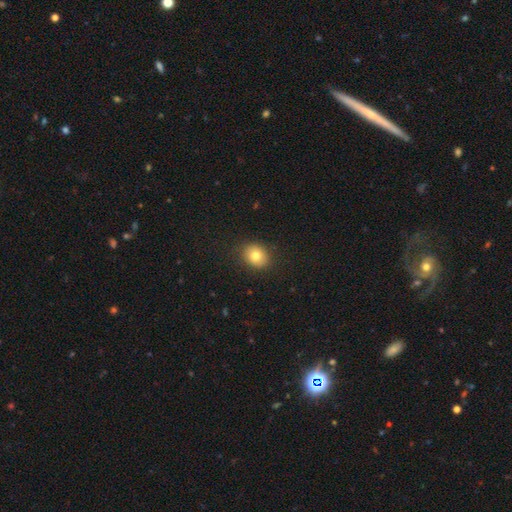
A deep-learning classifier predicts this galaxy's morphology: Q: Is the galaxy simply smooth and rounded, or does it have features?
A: smooth — 80%.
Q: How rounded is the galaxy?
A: round — 55%.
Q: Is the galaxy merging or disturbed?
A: none — 87%.